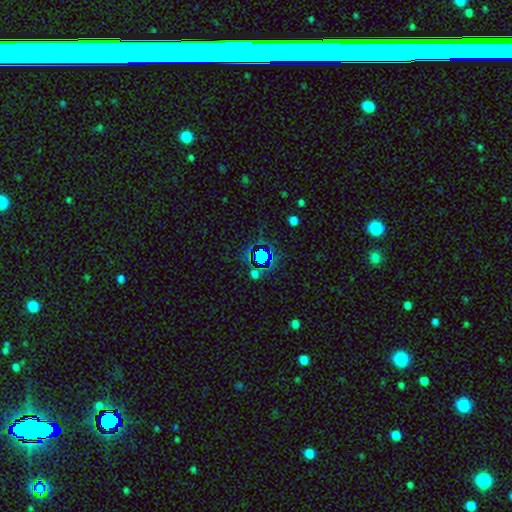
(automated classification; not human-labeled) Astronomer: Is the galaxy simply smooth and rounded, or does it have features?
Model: star or artifact — 66%.